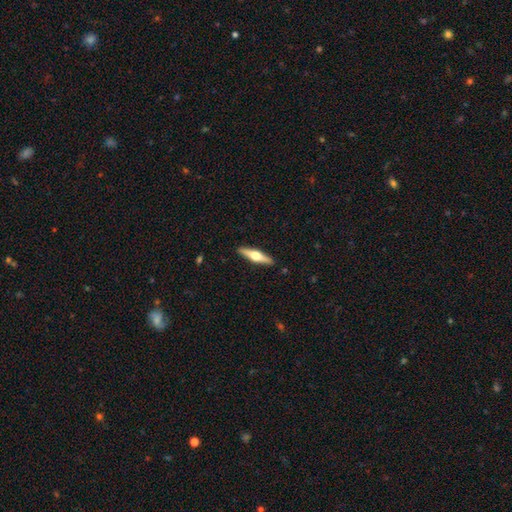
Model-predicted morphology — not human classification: The model was most divided on "smooth or featured": featured or disk: 59%, smooth: 35%, star or artifact: 5%. More confident: edge-on disk — yes (96%); edge-on bulge — rounded (95%); merging — none (91%).